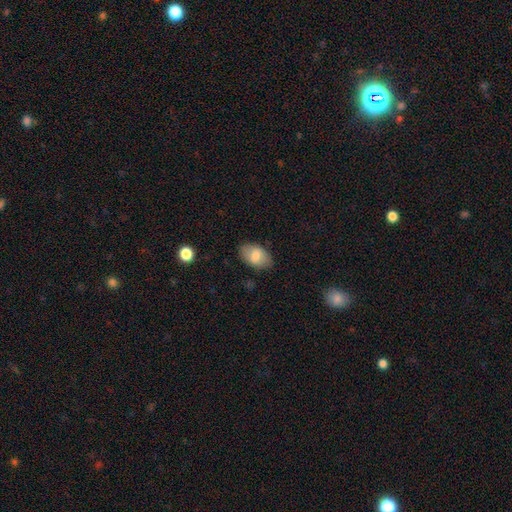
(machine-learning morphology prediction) Overall: smooth (76%). How rounded: in between (92%). Merging: none (83%).